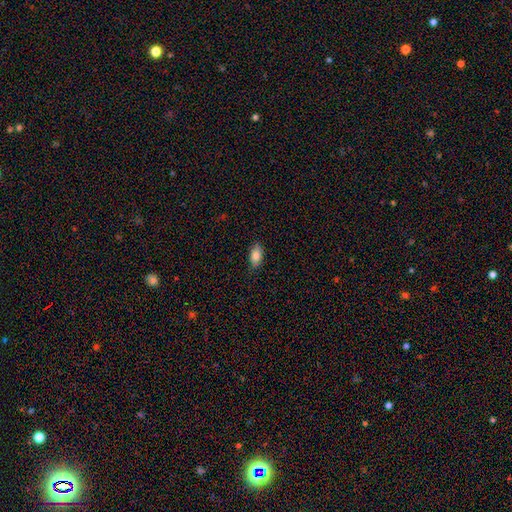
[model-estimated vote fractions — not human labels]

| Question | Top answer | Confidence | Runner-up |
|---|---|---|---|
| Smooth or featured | smooth | 83% | featured or disk (9%) |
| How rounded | in between | 91% | round (4%) |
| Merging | none | 85% | minor disturbance (12%) |